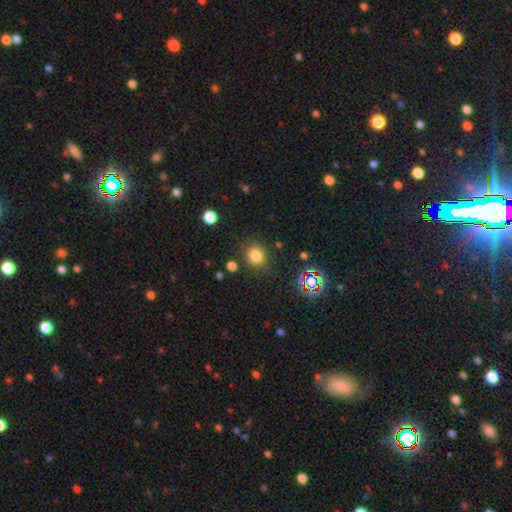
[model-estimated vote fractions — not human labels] Morphology: type=smooth (78%); roundness=round (81%); merging=none (82%).